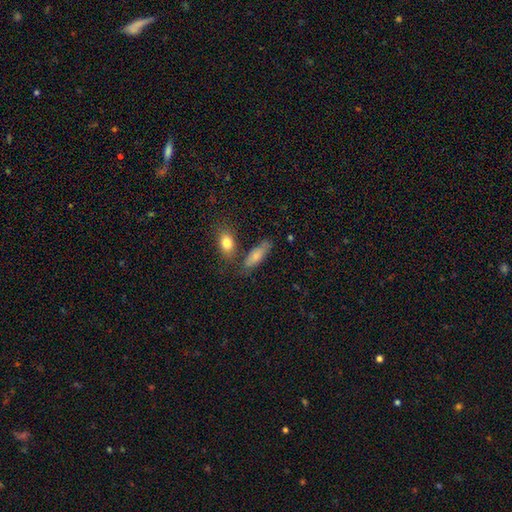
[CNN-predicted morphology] A smooth galaxy with no disk features (77%) that is in between round and cigar-shaped (66%). Merging: none (65%).